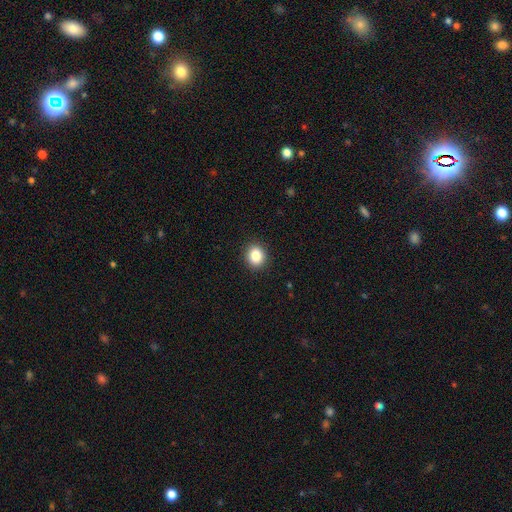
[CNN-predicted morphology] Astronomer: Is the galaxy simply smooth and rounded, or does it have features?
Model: smooth — 85%.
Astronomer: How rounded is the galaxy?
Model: round — 69%.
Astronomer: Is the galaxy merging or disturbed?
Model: none — 91%.